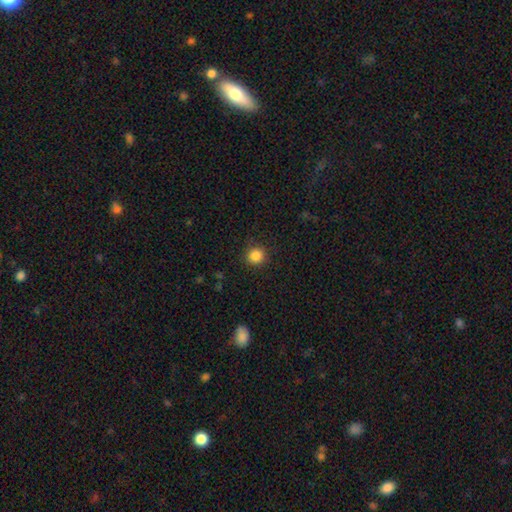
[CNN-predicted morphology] Smooth or featured: smooth — 85% (star or artifact — 11%)
How rounded: round — 92% (in between — 7%)
Merging: none — 90% (minor disturbance — 7%)